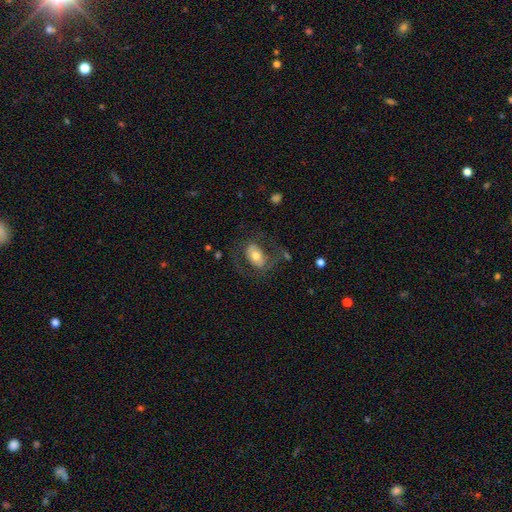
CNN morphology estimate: The model was most divided on "smooth or featured": smooth: 49%, featured or disk: 44%, star or artifact: 7%. More confident: merging — none (61%).